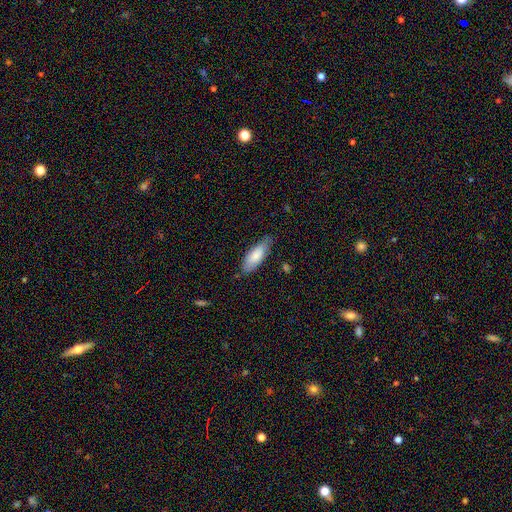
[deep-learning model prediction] A smooth galaxy with no disk features (80%) that is in between round and cigar-shaped (69%).

Vote fractions:
- Smooth or featured? smooth: 80% / featured or disk: 14% / star or artifact: 6%
- How rounded? in between: 69% / cigar-shaped: 29% / round: 1%
- Merging? none: 74% / minor disturbance: 21% / major disturbance: 4% / merger: 2%